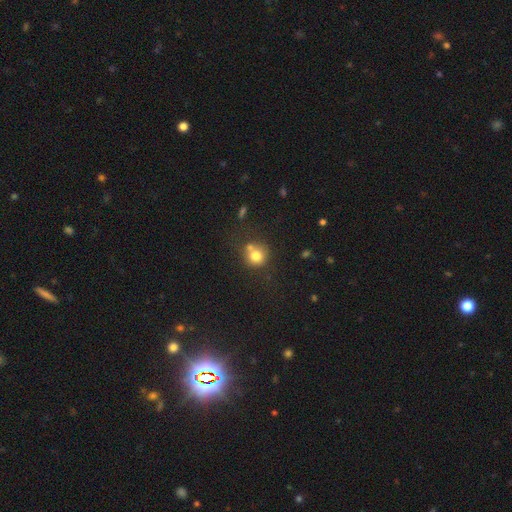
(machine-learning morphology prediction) Smooth or featured?
  - smooth: 76% *
  - featured or disk: 12%
  - star or artifact: 11%
How rounded?
  - round: 87% *
  - in between: 12%
  - cigar-shaped: 1%
Merging?
  - none: 53% *
  - merger: 29%
  - minor disturbance: 13%
  - major disturbance: 5%